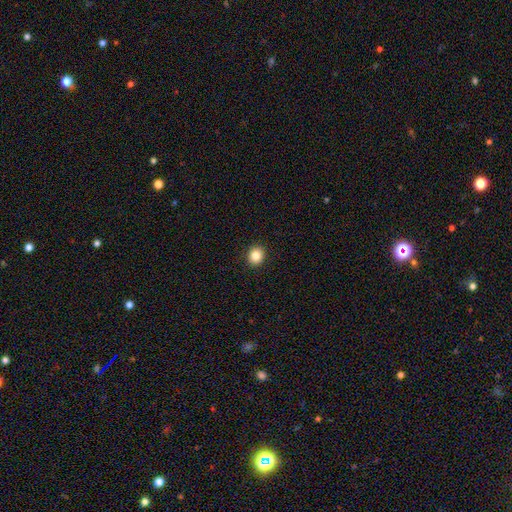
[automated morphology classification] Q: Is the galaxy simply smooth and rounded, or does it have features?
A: smooth — 85%.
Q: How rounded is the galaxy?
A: round — 76%.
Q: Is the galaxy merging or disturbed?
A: none — 92%.